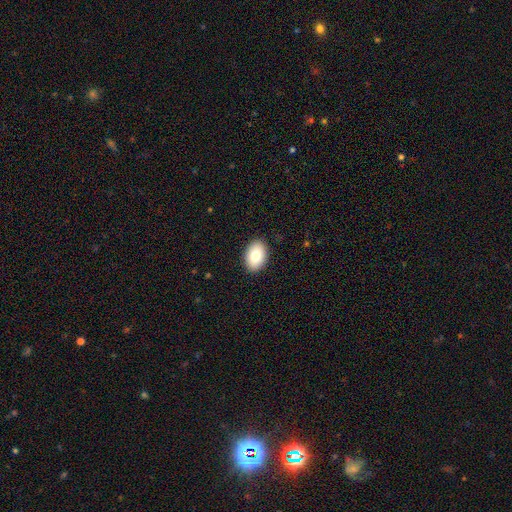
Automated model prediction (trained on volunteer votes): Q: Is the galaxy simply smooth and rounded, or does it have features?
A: smooth — 80%.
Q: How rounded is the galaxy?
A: in between — 86%.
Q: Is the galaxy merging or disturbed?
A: none — 90%.